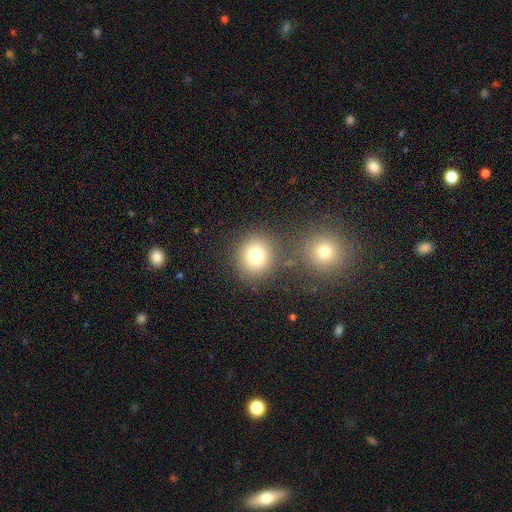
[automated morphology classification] A smooth galaxy with no disk features (81%) that is round (84%). Merging: none (75%).